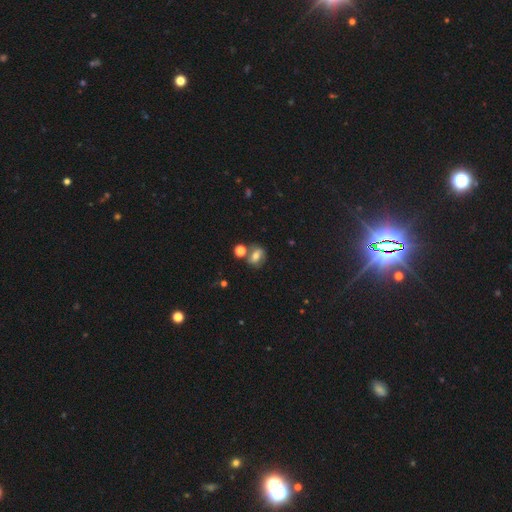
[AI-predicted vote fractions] A smooth galaxy with no disk features (51%) that is in between round and cigar-shaped (51%). Merging: none (61%).